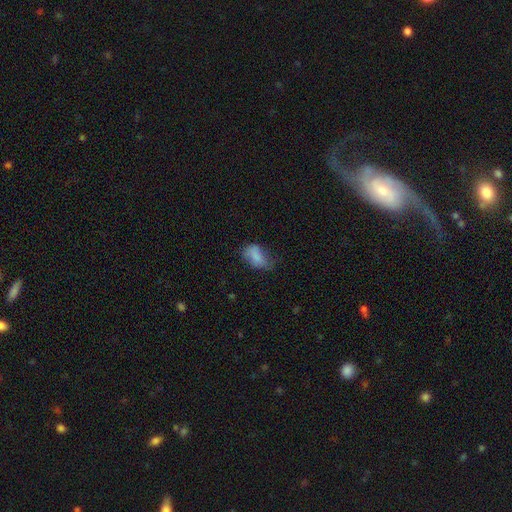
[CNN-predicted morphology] smooth 76%, featured or disk 14%, star or artifact 10%. Down the decision tree: how rounded — in between (90%); merging — none (38%).